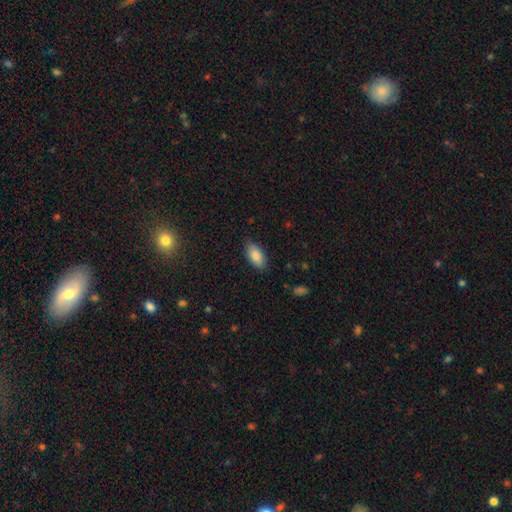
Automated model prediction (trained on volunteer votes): Smooth or featured?
  - smooth: 86% *
  - featured or disk: 7%
  - star or artifact: 6%
How rounded?
  - in between: 93% *
  - cigar-shaped: 4%
  - round: 3%
Merging?
  - none: 83% *
  - minor disturbance: 13%
  - major disturbance: 3%
  - merger: 1%